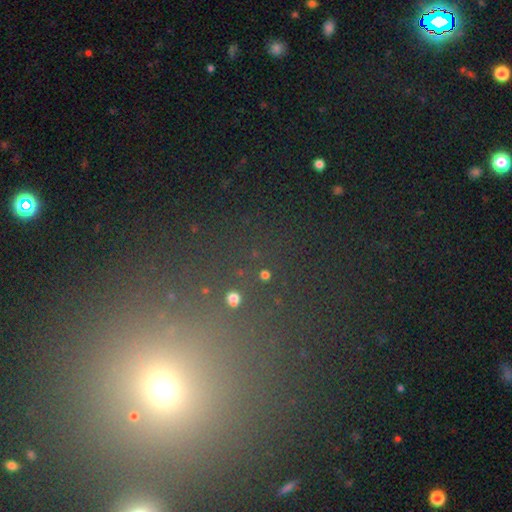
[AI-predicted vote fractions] Smooth or featured: star or artifact — 56% (smooth — 35%)